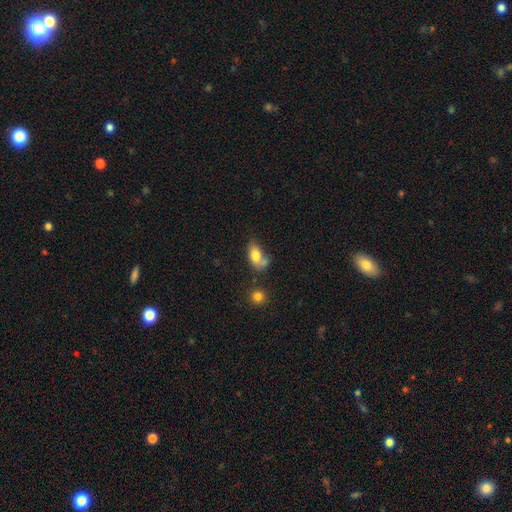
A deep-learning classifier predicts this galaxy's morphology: This is likely a smooth galaxy (77%). How rounded: clearly in between (86%). Merging: marginally none (36%).